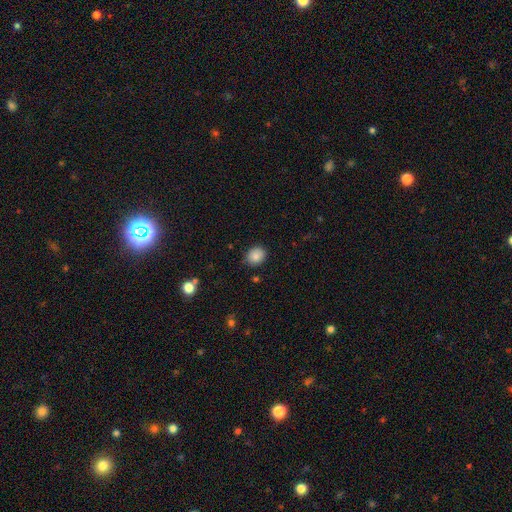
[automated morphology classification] A smooth galaxy with no disk features (85%) that is round (66%).

Vote fractions:
- Smooth or featured? smooth: 85% / star or artifact: 9% / featured or disk: 6%
- How rounded? round: 66% / in between: 33% / cigar-shaped: 1%
- Merging? none: 82% / minor disturbance: 14% / major disturbance: 3% / merger: 2%